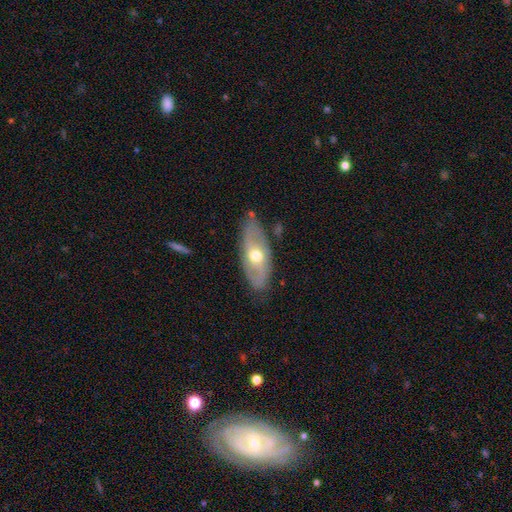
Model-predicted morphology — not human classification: A featured or disk galaxy (56%).

Vote fractions:
- Smooth or featured? featured or disk: 56% / smooth: 38% / star or artifact: 6%
- Edge-on disk? no: 79% / yes: 21%
- Merging? none: 77% / minor disturbance: 17% / major disturbance: 4% / merger: 2%